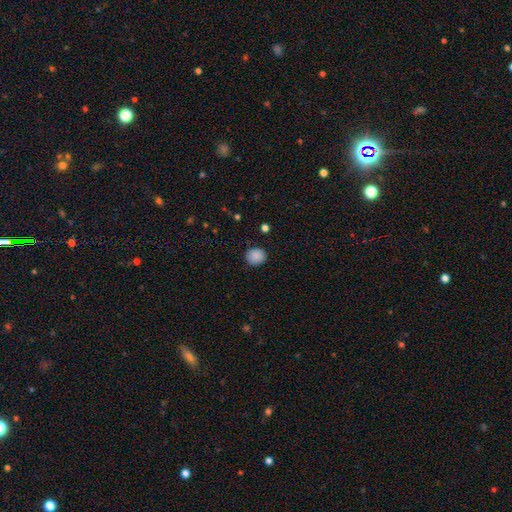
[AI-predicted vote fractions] Morphology: type=smooth (88%); roundness=round (81%); merging=none (86%).